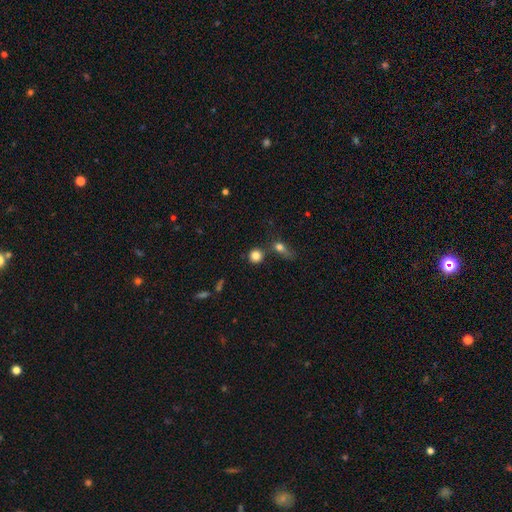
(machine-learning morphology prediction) Overall: smooth (82%). How rounded: round (89%). Merging: none (69%).